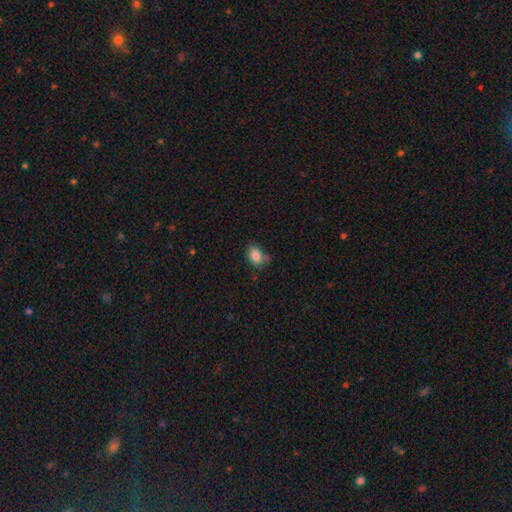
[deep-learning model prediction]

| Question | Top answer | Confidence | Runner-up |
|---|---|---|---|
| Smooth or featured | smooth | 83% | star or artifact (9%) |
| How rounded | in between | 70% | round (29%) |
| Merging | none | 64% | minor disturbance (24%) |